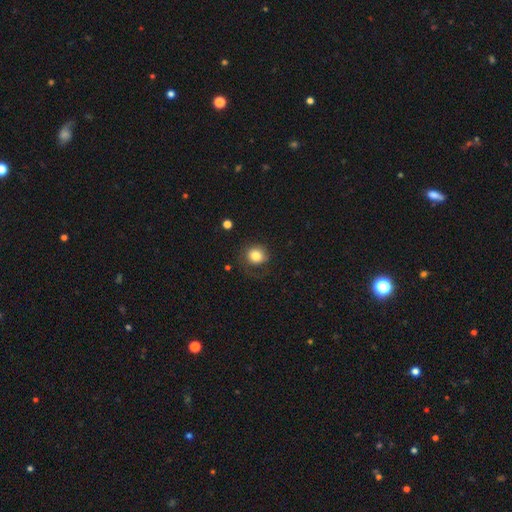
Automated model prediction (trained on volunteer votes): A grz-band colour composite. It shows a smooth galaxy with no disk features (80%) that is round (84%). Merging: none (63%).